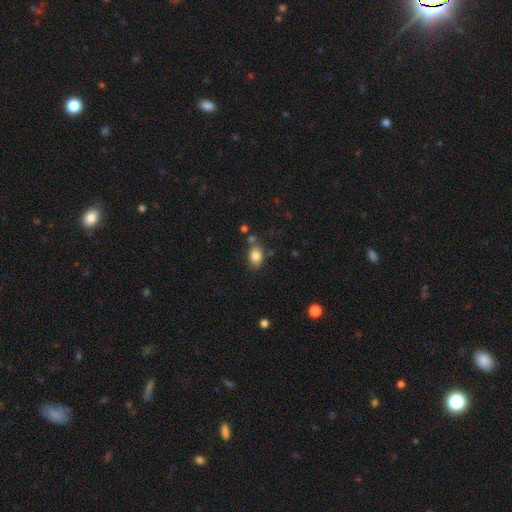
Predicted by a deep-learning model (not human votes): Overall: smooth (83%). How rounded: in between (78%). Merging: none (72%).